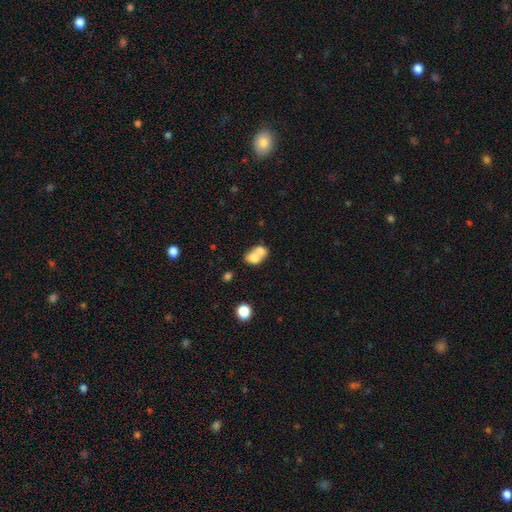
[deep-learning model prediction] smooth-or-featured: smooth: 69% | featured or disk: 21% | star or artifact: 9%
  how-rounded: in between: 60% | round: 39% | cigar-shaped: 1%
  merging: merger: 71% | none: 20% | minor disturbance: 6% | major disturbance: 3%